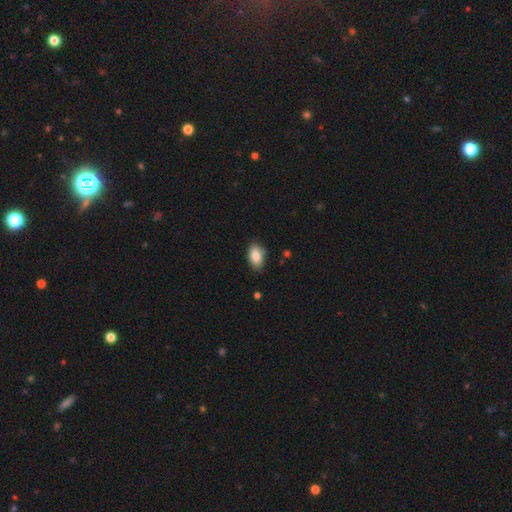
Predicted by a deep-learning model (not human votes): Q: Smooth or featured?
A: smooth (86%); runner-up: star or artifact (7%)
Q: How rounded?
A: in between (91%); runner-up: round (7%)
Q: Merging?
A: none (81%); runner-up: minor disturbance (14%)